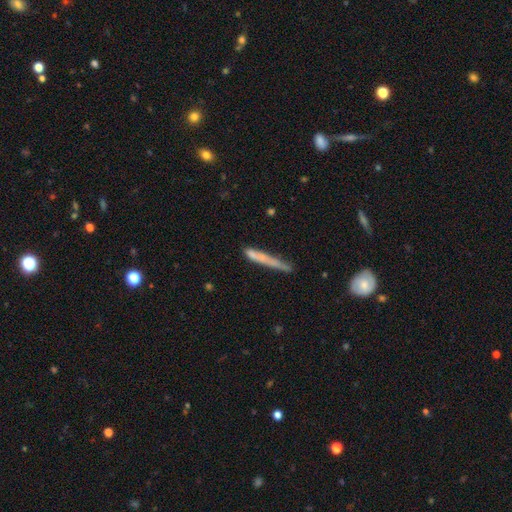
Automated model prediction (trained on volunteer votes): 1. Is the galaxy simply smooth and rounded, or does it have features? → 63% smooth, 30% featured or disk, 7% star or artifact.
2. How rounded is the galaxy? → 96% cigar-shaped, 3% in between, 1% round.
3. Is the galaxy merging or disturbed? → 63% none, 23% minor disturbance, 7% major disturbance, 7% merger.